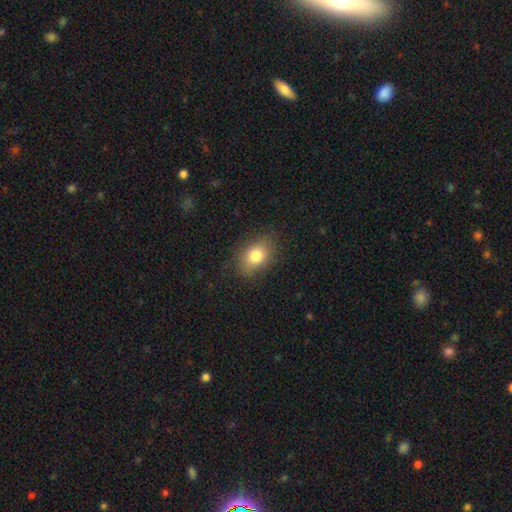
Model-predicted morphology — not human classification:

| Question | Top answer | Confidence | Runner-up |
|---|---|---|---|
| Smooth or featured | smooth | 80% | featured or disk (11%) |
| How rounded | in between | 75% | round (23%) |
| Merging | none | 82% | minor disturbance (13%) |